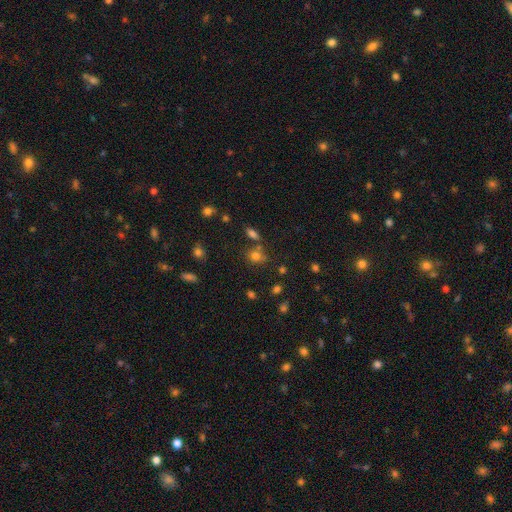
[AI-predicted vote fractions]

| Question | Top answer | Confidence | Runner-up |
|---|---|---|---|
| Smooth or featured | smooth | 73% | star or artifact (18%) |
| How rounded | round | 64% | in between (35%) |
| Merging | none | 63% | merger (18%) |